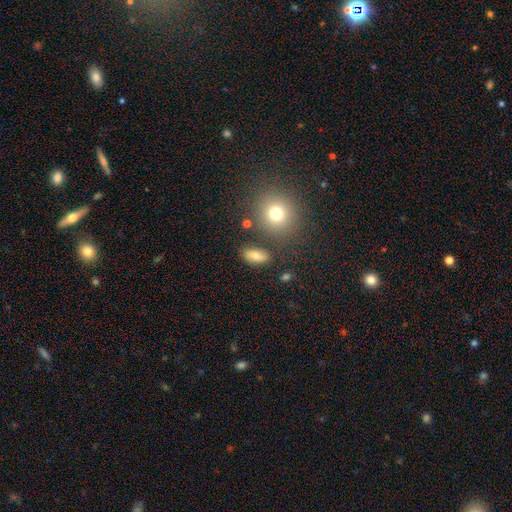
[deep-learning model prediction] A smooth galaxy with no disk features (75%) that is in between round and cigar-shaped (81%). Merging: none (78%).